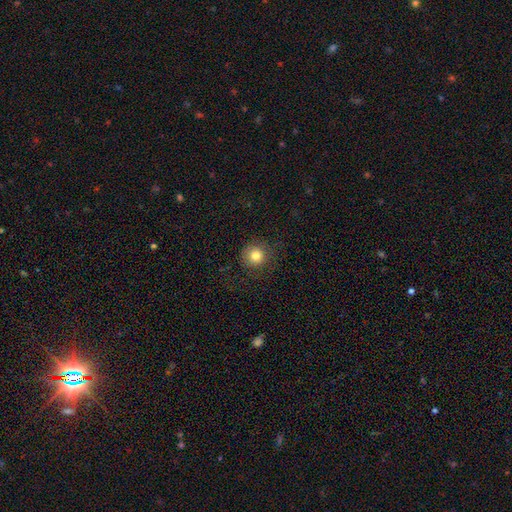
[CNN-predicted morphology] A smooth galaxy with no disk features (80%) that is round (94%). Merging: none (87%).